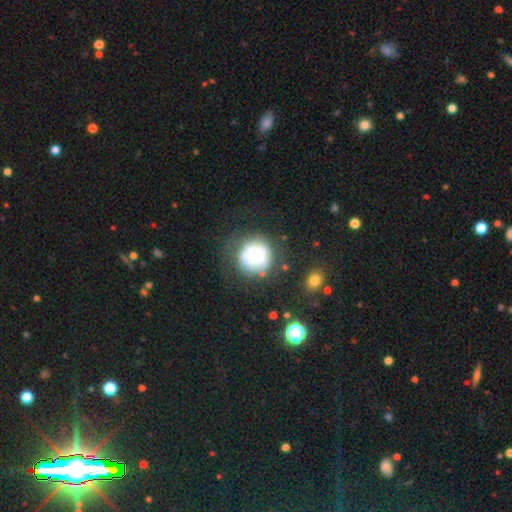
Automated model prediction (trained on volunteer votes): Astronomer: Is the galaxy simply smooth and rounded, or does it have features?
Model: smooth — 52% (runner-up: featured or disk, 37%).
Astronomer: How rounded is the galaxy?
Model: round — 90%.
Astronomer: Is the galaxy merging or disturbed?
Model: none — 62%.